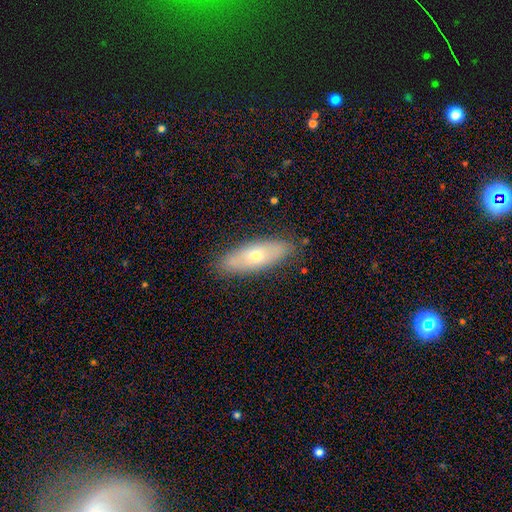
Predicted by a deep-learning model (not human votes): Smooth or featured? Predicted: smooth (p=0.57). How rounded? Predicted: in between (p=0.65). Merging? Predicted: none (p=0.85).